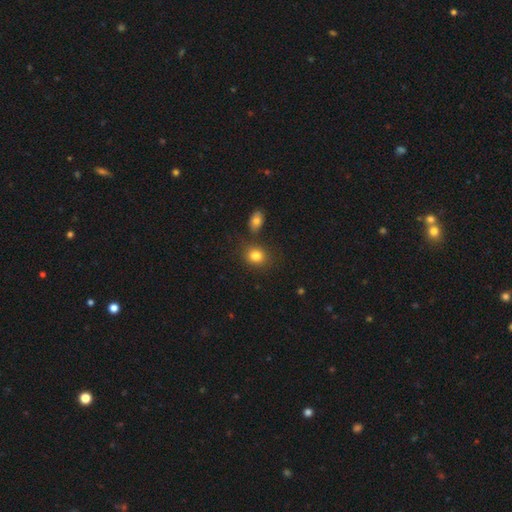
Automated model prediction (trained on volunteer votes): Smooth or featured? smooth (82%)
How rounded? round (61%)
Merging? none (73%)